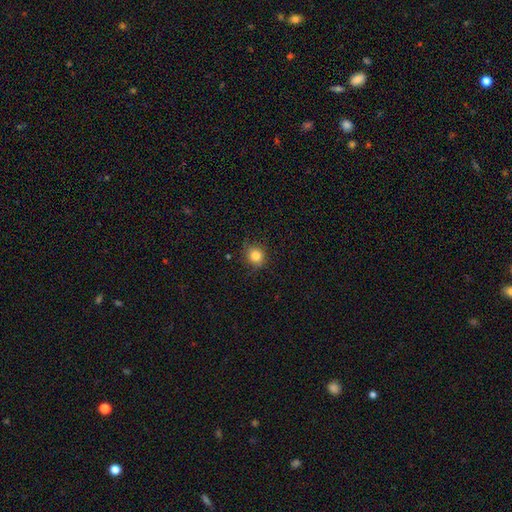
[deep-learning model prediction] Smooth or featured? smooth (83%)
How rounded? round (85%)
Merging? none (83%)